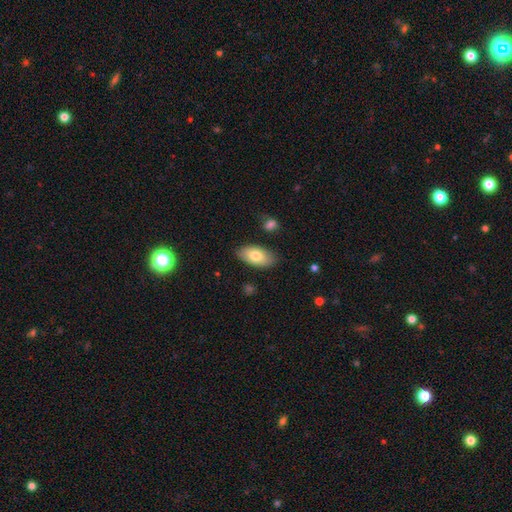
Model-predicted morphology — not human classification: smooth-or-featured: smooth: 76% | featured or disk: 18% | star or artifact: 6%
  how-rounded: in between: 94% | cigar-shaped: 4% | round: 3%
  merging: none: 81% | minor disturbance: 14% | major disturbance: 3% | merger: 2%